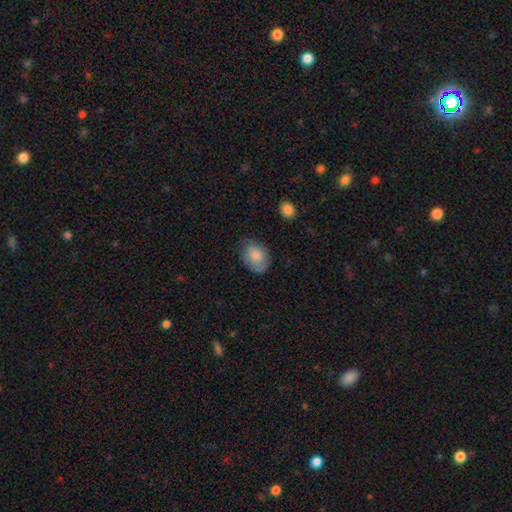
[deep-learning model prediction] Smooth or featured: smooth — 72% (featured or disk — 21%)
How rounded: in between — 64% (round — 35%)
Merging: none — 61% (minor disturbance — 30%)